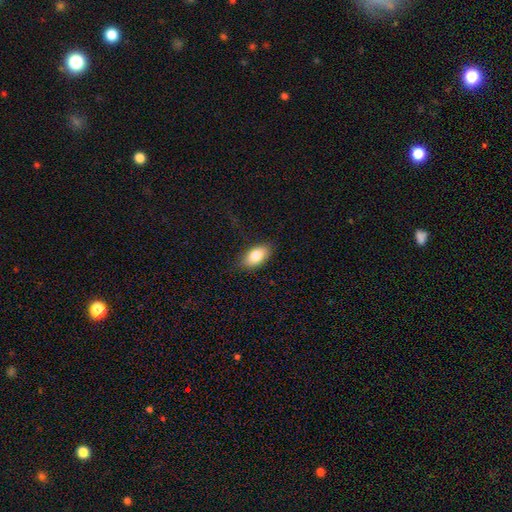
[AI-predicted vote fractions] Overall: smooth (81%). How rounded: in between (92%). Merging: none (80%).